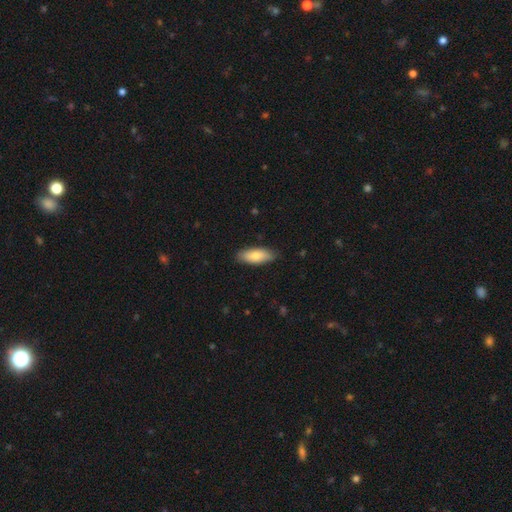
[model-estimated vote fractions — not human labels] Smooth or featured?
  - smooth: 78% *
  - featured or disk: 17%
  - star or artifact: 6%
How rounded?
  - in between: 77% *
  - cigar-shaped: 21%
  - round: 2%
Merging?
  - none: 84% *
  - minor disturbance: 13%
  - major disturbance: 2%
  - merger: 1%